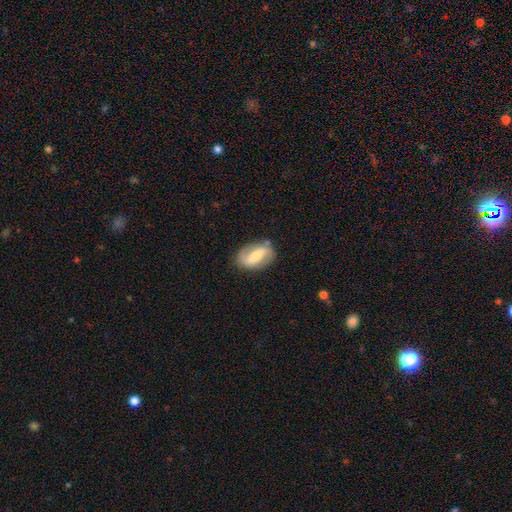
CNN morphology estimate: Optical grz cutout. It shows a featured or disk galaxy (70%) with a strong bar (43%), 2 (89%) loose (49%) spiral arms (86%) and a moderate central bulge (52%). Merging: none (79%).